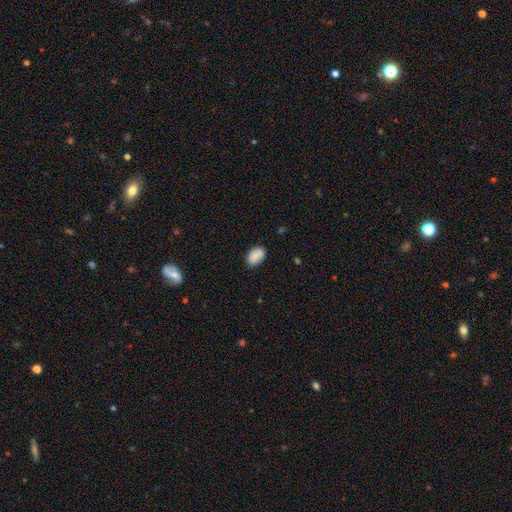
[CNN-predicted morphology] smooth-or-featured: smooth: 84% | featured or disk: 8% | star or artifact: 7%
  how-rounded: in between: 87% | round: 11% | cigar-shaped: 1%
  merging: none: 80% | minor disturbance: 15% | major disturbance: 3% | merger: 2%